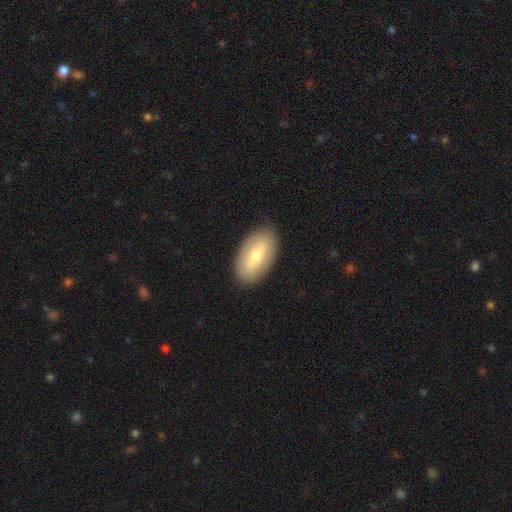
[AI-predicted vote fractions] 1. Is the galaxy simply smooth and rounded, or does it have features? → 59% smooth, 35% featured or disk, 6% star or artifact.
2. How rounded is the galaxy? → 93% in between, 4% round, 3% cigar-shaped.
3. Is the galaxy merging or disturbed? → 87% none, 9% minor disturbance, 2% major disturbance, 1% merger.